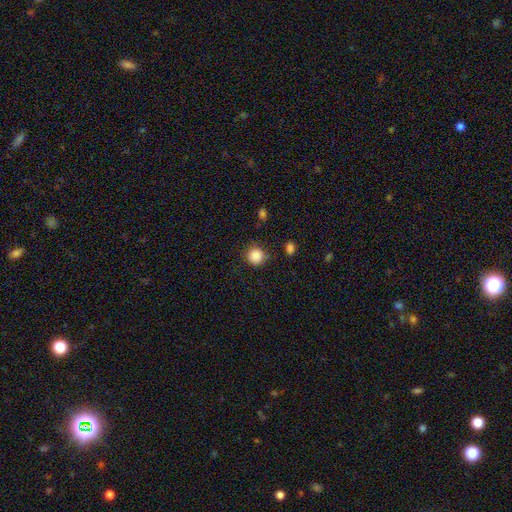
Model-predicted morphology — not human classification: Smooth or featured: smooth — 87% (star or artifact — 10%)
How rounded: round — 92% (in between — 7%)
Merging: none — 82% (minor disturbance — 12%)